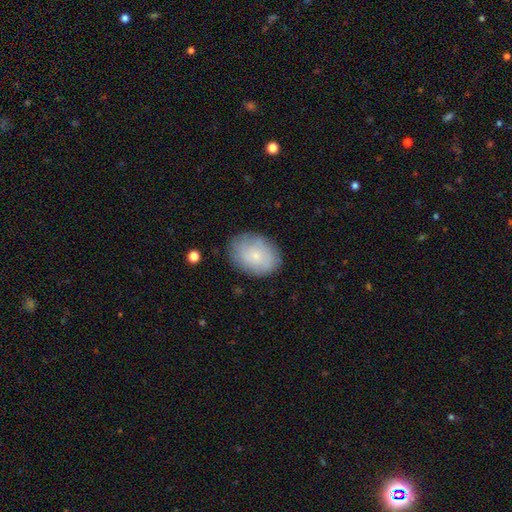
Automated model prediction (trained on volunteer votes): Smooth or featured? Predicted: smooth (p=0.64). How rounded? Predicted: in between (p=0.71). Merging? Predicted: none (p=0.80).